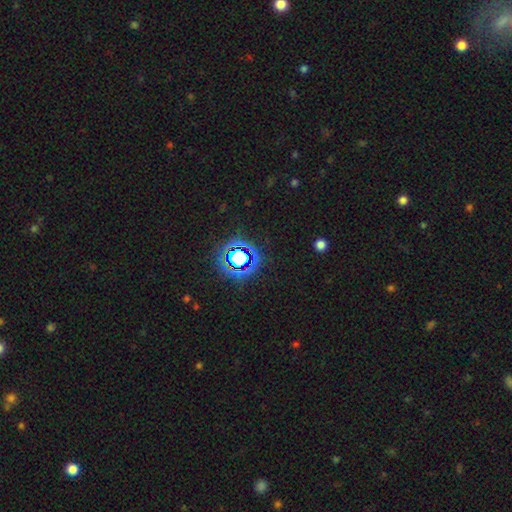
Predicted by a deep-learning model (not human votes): Smooth or featured? star or artifact (74%)